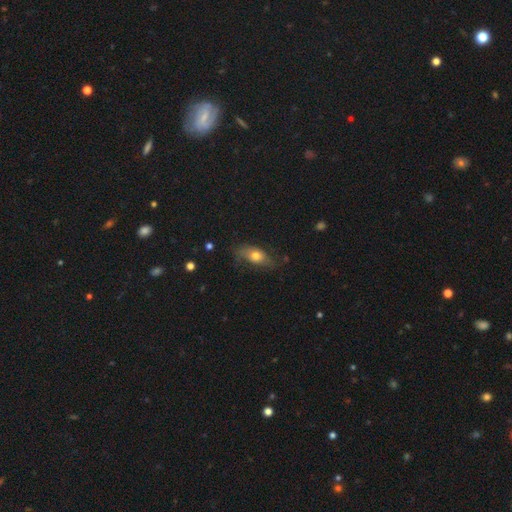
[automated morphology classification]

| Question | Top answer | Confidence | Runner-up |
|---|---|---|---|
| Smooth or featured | smooth | 65% | featured or disk (27%) |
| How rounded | in between | 80% | cigar-shaped (11%) |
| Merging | none | 61% | minor disturbance (27%) |